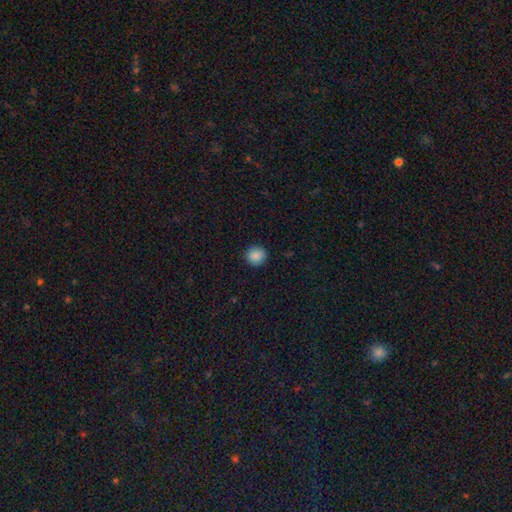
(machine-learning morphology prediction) A smooth galaxy with no disk features (88%) that is round (90%). Merging: none (91%).